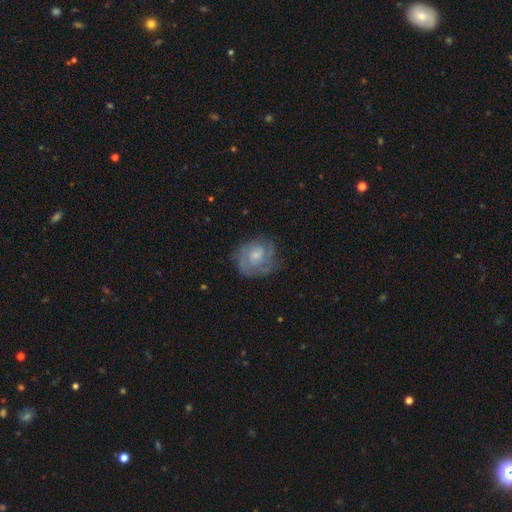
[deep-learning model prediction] smooth-or-featured: featured or disk: 62% | smooth: 31% | star or artifact: 8%
  disk-edge-on: no: 98% | yes: 2%
    bar: no: 70% | weak: 27% | strong: 3%
    has-spiral-arms: yes: 77% | no: 23%
    bulge-size: small: 46% | moderate: 38% | none: 11% | large: 4% | dominant: 1%
  merging: none: 63% | minor disturbance: 23% | major disturbance: 13% | merger: 2%